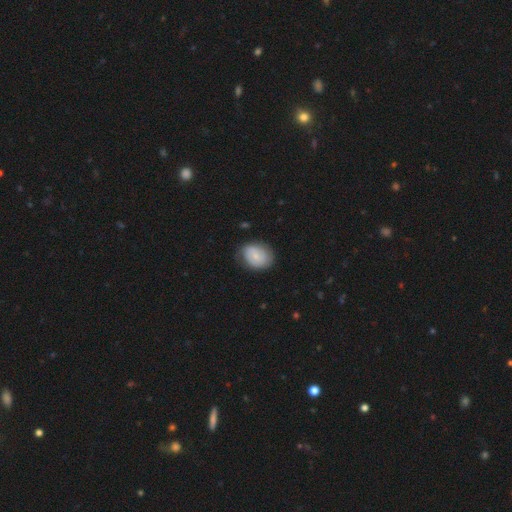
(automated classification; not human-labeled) This appears to be a smooth galaxy with no disk features (64%) that is in between round and cigar-shaped (58%). Merging: none (71%).